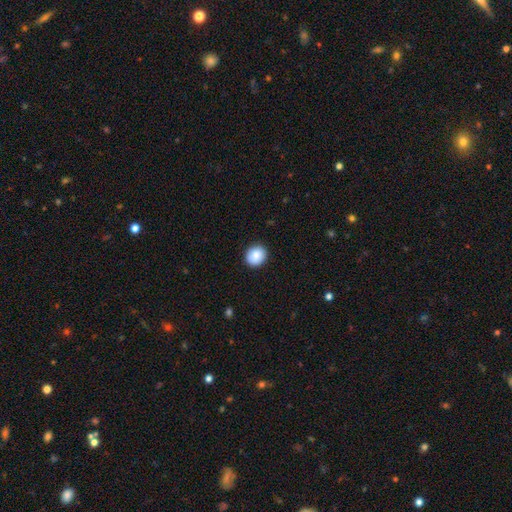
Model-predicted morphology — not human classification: Smooth or featured: smooth — 87% (star or artifact — 8%)
How rounded: round — 83% (in between — 16%)
Merging: none — 90% (minor disturbance — 7%)